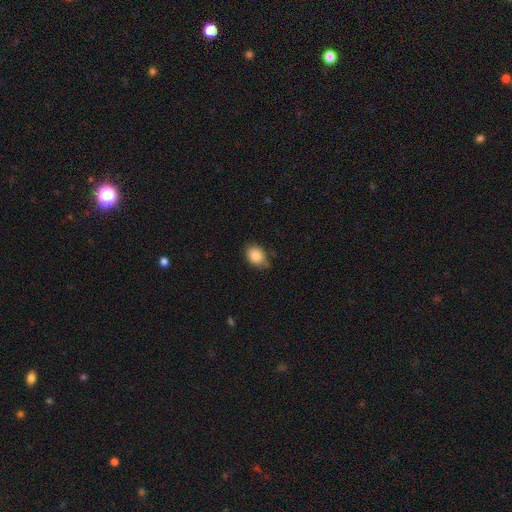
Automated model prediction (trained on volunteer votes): Morphology: type=smooth (86%); roundness=in between (57%); merging=none (64%).